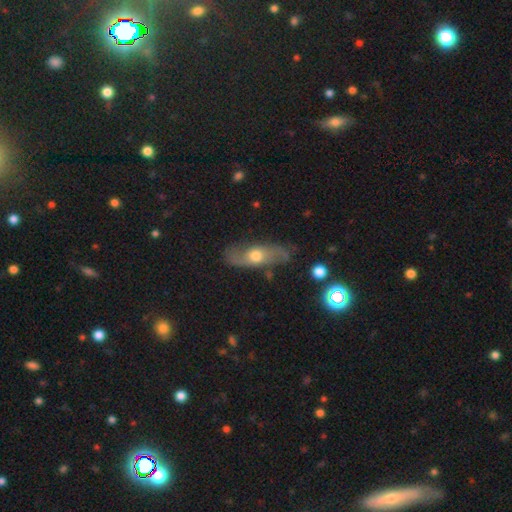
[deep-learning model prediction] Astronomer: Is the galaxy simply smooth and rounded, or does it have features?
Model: featured or disk — 63%.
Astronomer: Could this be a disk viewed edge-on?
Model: no — 76%.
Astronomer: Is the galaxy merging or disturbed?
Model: none — 68%.